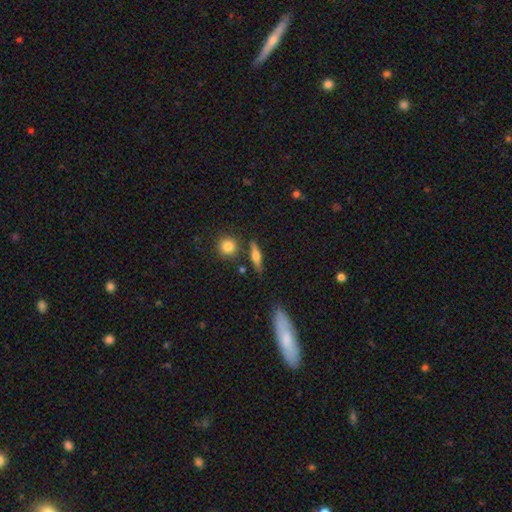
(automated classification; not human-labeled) A smooth galaxy with no disk features (50%).

Vote fractions:
- Smooth or featured? smooth: 50% / featured or disk: 42% / star or artifact: 8%
- Merging? none: 79% / minor disturbance: 12% / merger: 6% / major disturbance: 3%